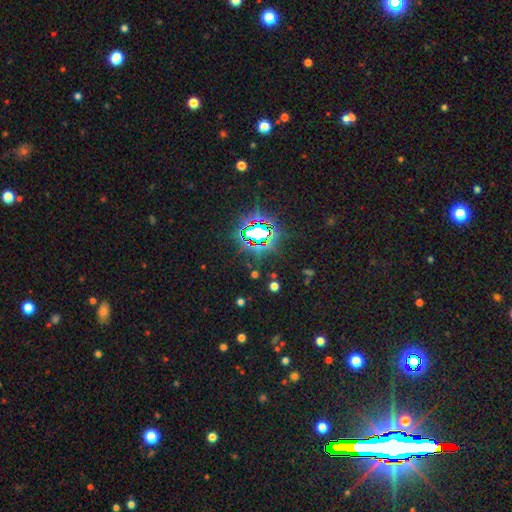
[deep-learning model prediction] A star or artifact, not a galaxy (82%).

Vote fractions:
- Smooth or featured? star or artifact: 82% / smooth: 10% / featured or disk: 7%